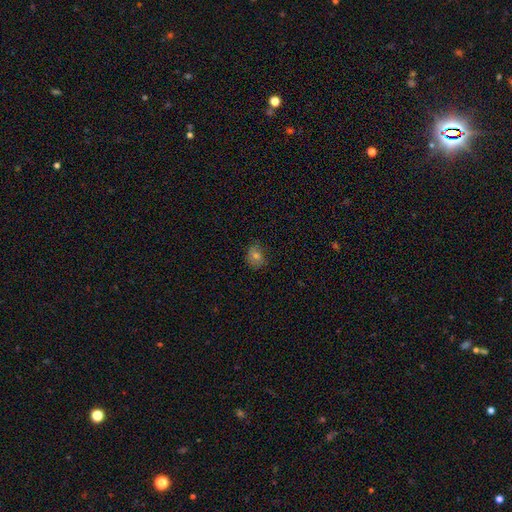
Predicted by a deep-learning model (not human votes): Overall: smooth (66%). How rounded: round (63%; in between 36%). Merging: none (75%).